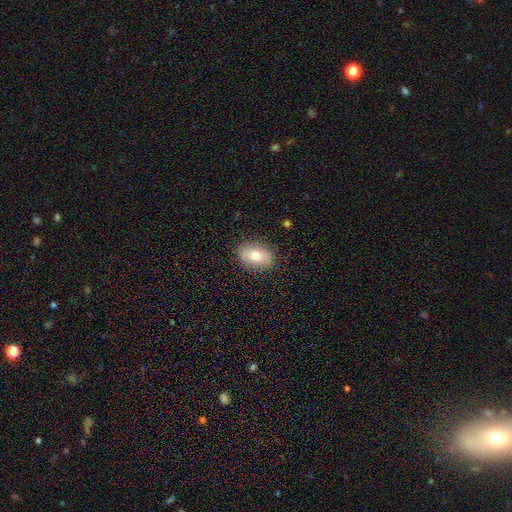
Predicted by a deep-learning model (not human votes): Smooth or featured? smooth (74%)
How rounded? in between (81%)
Merging? none (86%)